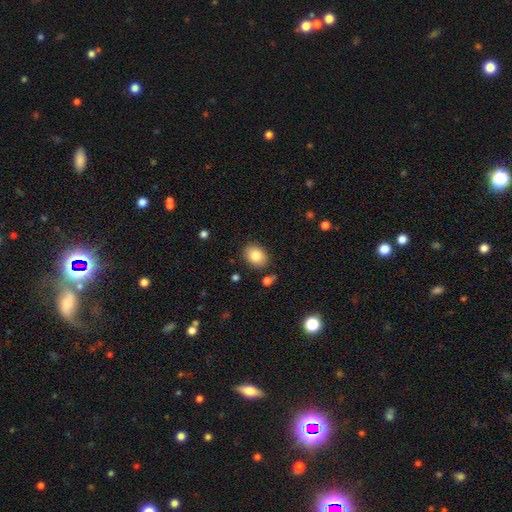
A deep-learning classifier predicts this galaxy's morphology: smooth_or_featured: smooth (p=0.83) [alt: featured or disk p=0.09]
how_rounded: in between (p=0.65) [alt: round p=0.34]
merging: none (p=0.86) [alt: minor disturbance p=0.09]